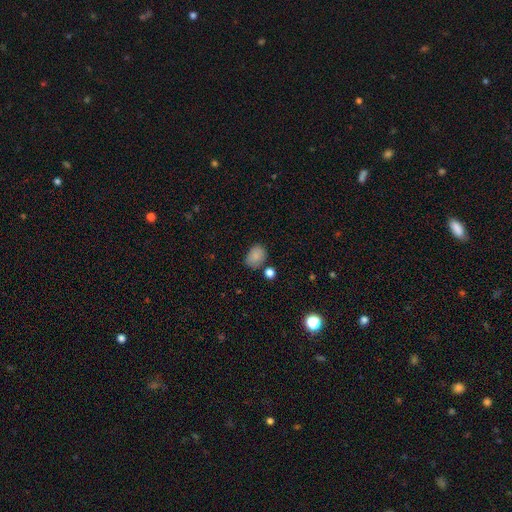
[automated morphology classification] This is clearly a smooth galaxy (83%). How rounded: likely in between (70%). Merging: likely none (66%).